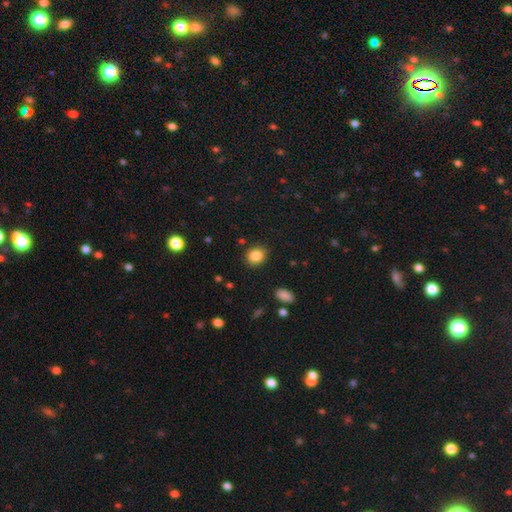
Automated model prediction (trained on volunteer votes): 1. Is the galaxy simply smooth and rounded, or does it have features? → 85% smooth, 10% star or artifact, 5% featured or disk.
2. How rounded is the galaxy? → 71% round, 28% in between, 1% cigar-shaped.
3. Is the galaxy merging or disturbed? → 87% none, 9% minor disturbance, 3% major disturbance, 2% merger.